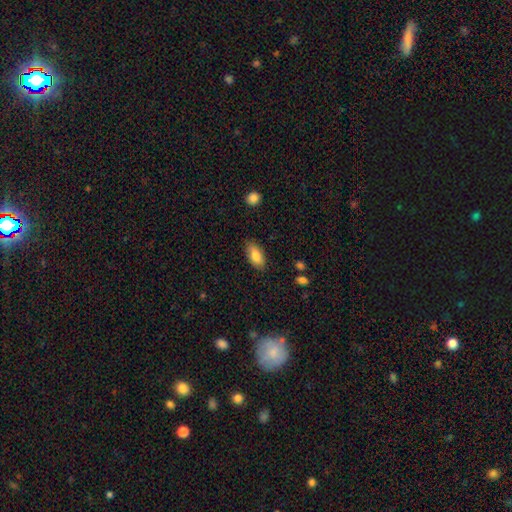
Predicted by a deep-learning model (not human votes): This is clearly a smooth galaxy (81%). How rounded: clearly in between (88%). Merging: clearly none (85%).